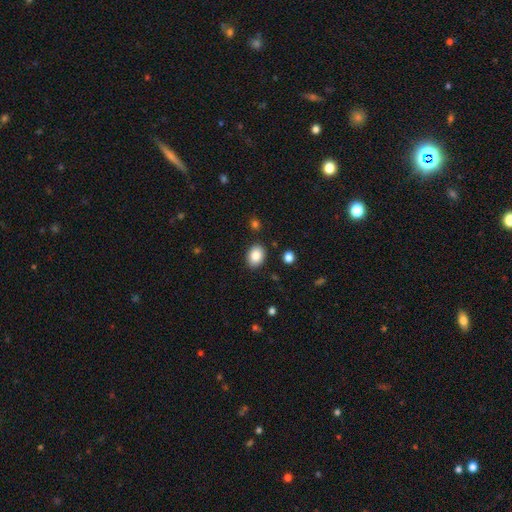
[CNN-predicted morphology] A smooth galaxy with no disk features (86%) that is in between round and cigar-shaped (70%).

Vote fractions:
- Smooth or featured? smooth: 86% / star or artifact: 8% / featured or disk: 6%
- How rounded? in between: 70% / round: 29% / cigar-shaped: 1%
- Merging? none: 87% / minor disturbance: 8% / major disturbance: 2% / merger: 2%